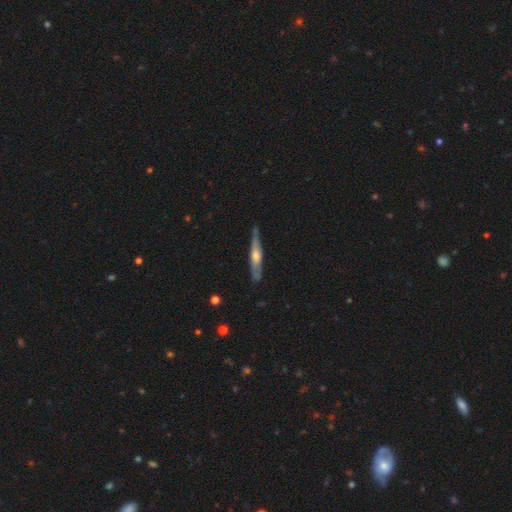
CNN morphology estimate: A featured or disk galaxy (69%) viewed edge-on (90%) with a rounded central bulge (76%).

Vote fractions:
- Smooth or featured? featured or disk: 69% / smooth: 26% / star or artifact: 5%
- Edge-on disk? yes: 90% / no: 10%
- Edge-on bulge? rounded: 76% / boxy: 12% / none: 12%
- Merging? none: 80% / minor disturbance: 15% / major disturbance: 3% / merger: 2%